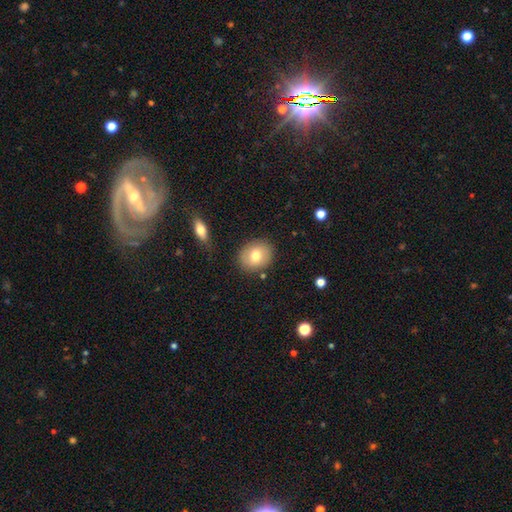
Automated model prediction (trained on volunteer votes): This is likely a smooth galaxy (73%). How rounded: likely round (64%). Merging: clearly none (84%).